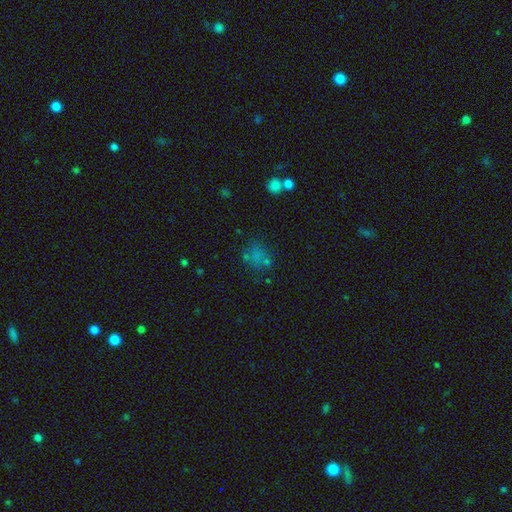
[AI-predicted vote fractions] smooth 60%, star or artifact 24%, featured or disk 16%. Down the decision tree: how rounded — round (61%); merging — none (57%).